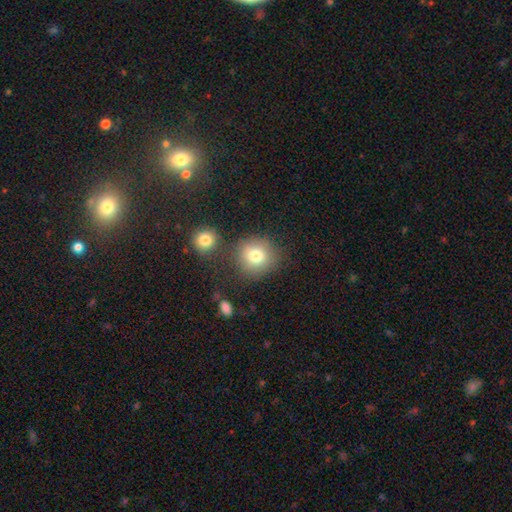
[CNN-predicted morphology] This appears to be a smooth galaxy with no disk features (79%) that is round (87%). Merging: none (75%).